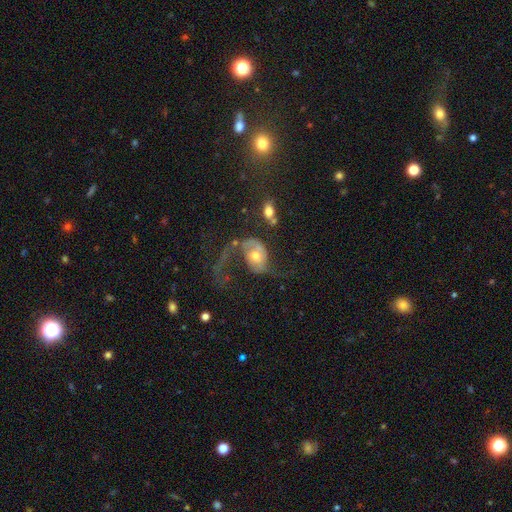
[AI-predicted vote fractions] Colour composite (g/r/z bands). It shows a featured or disk galaxy (69%) with no bar (70%), 2 (62%) loose (70%) spiral arms (81%) and a moderate central bulge (61%). Merging: major disturbance (49%).